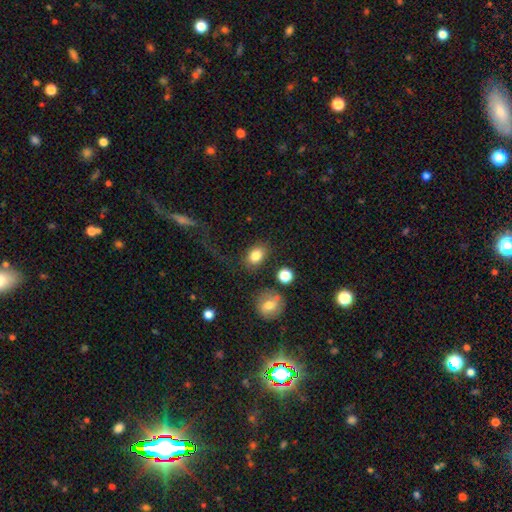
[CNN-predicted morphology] Q: Smooth or featured?
A: smooth (82%); runner-up: star or artifact (10%)
Q: How rounded?
A: in between (70%); runner-up: round (29%)
Q: Merging?
A: none (76%); runner-up: minor disturbance (13%)